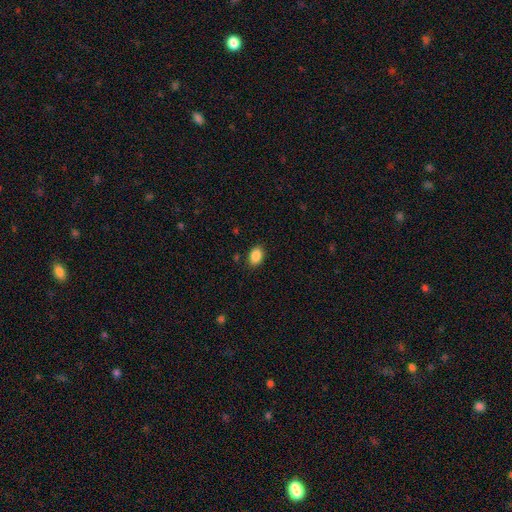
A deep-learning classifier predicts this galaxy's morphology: smooth_or_featured: smooth (p=0.88) [alt: star or artifact p=0.08]
how_rounded: in between (p=0.80) [alt: round p=0.18]
merging: none (p=0.87) [alt: minor disturbance p=0.09]